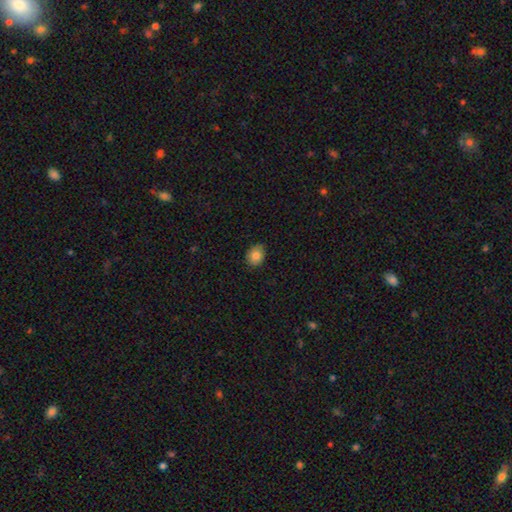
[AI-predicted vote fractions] Smooth or featured? Predicted: smooth (p=0.84). How rounded? Predicted: in between (p=0.52). Merging? Predicted: none (p=0.84).